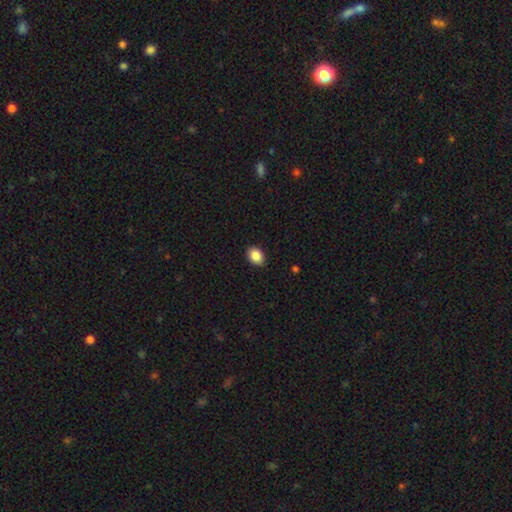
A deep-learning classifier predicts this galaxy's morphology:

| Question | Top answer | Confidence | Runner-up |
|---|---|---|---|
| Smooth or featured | smooth | 86% | star or artifact (9%) |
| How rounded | in between | 60% | round (39%) |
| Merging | none | 89% | minor disturbance (9%) |